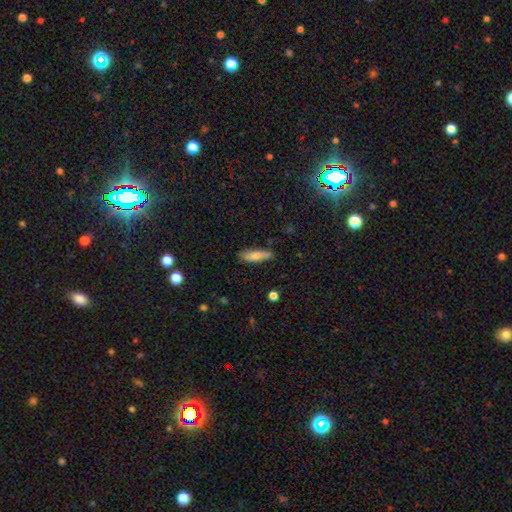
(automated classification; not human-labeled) Smooth or featured? smooth (77%)
How rounded? cigar-shaped (64%)
Merging? none (81%)